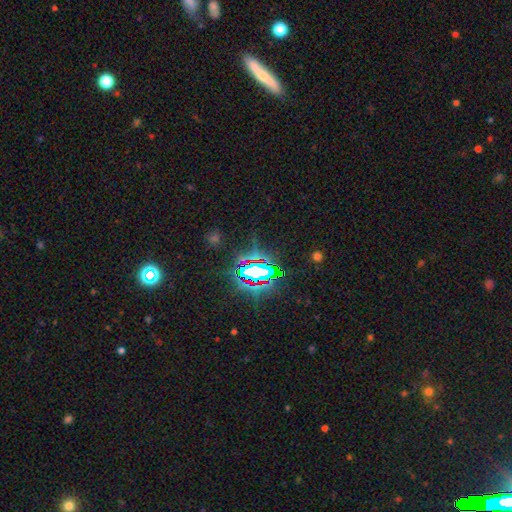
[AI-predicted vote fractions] smooth_or_featured: star or artifact (p=0.79) [alt: smooth p=0.12]